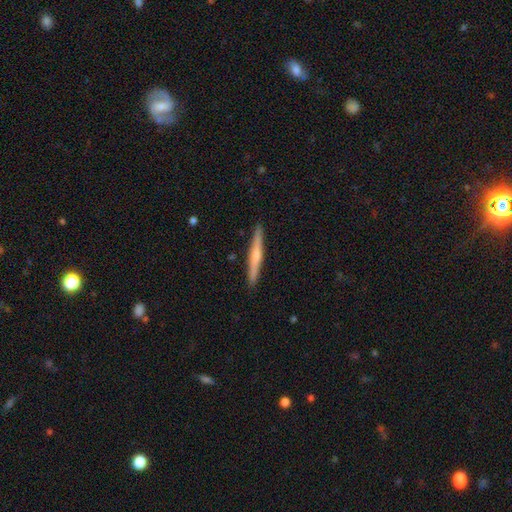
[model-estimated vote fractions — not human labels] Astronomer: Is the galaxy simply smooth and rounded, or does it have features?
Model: featured or disk — 50% (runner-up: smooth, 45%).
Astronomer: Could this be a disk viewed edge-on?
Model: yes — 97%.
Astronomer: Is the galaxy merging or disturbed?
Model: none — 92%.